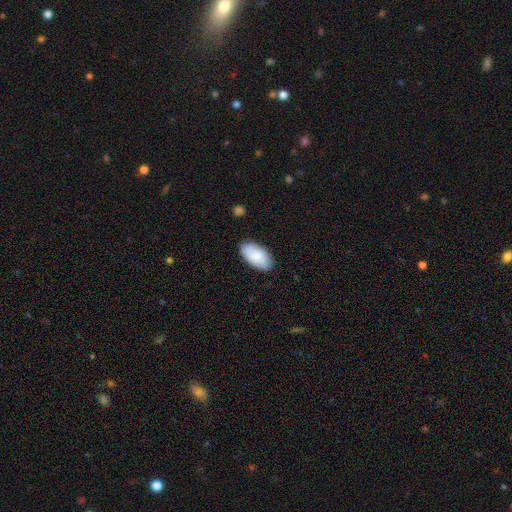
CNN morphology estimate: smooth_or_featured: smooth (p=0.82) [alt: featured or disk p=0.12]
how_rounded: in between (p=0.95) [alt: cigar-shaped p=0.03]
merging: none (p=0.84) [alt: minor disturbance p=0.12]